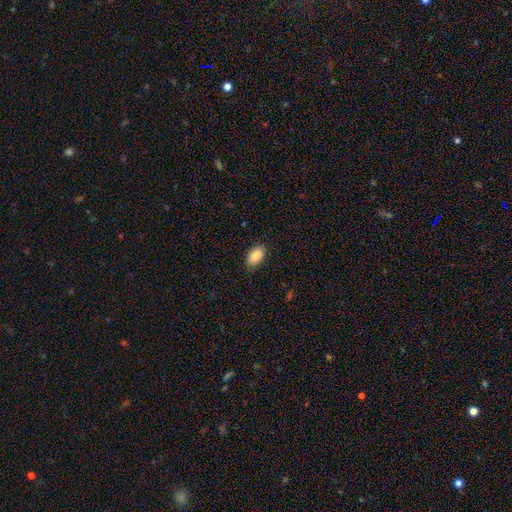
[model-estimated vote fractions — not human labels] Smooth or featured: smooth — 88% (star or artifact — 7%)
How rounded: in between — 93% (round — 5%)
Merging: none — 85% (minor disturbance — 12%)